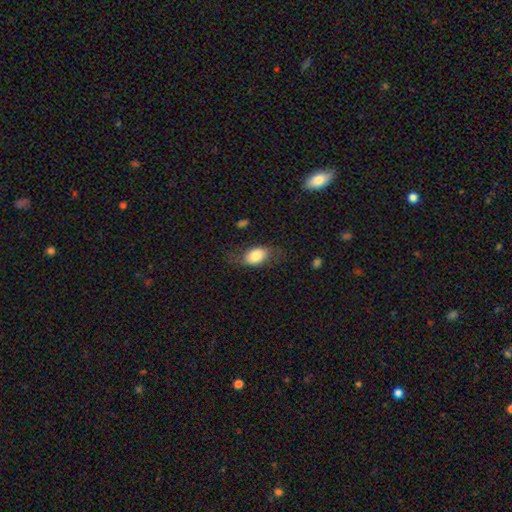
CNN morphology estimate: A smooth galaxy with no disk features (75%) that is in between round and cigar-shaped (85%). Merging: none (64%).